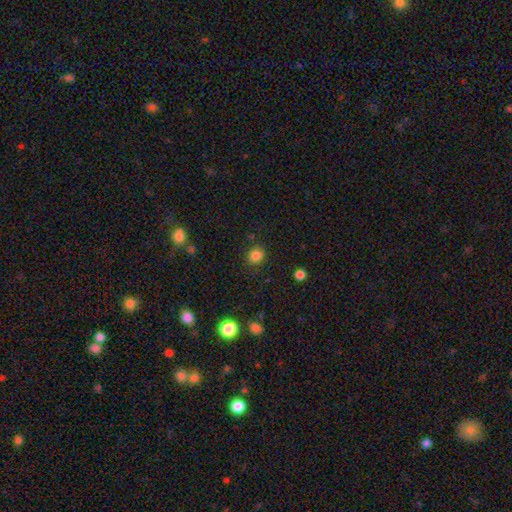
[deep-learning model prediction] Smooth or featured? smooth (82%)
How rounded? round (68%)
Merging? none (80%)